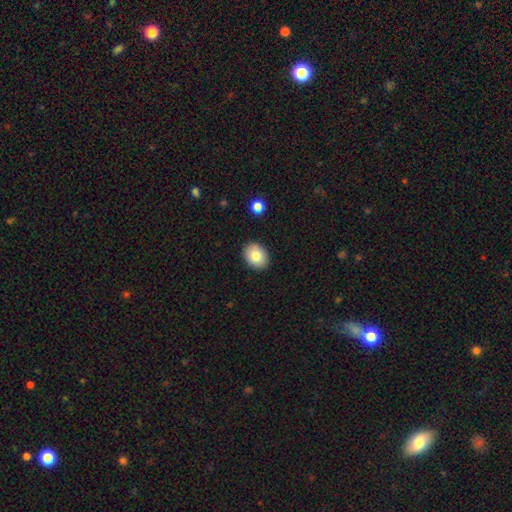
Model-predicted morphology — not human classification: The model was most divided on "how rounded": in between: 56%, round: 43%, cigar-shaped: 1%. More confident: merging — none (89%); smooth or featured — smooth (81%).